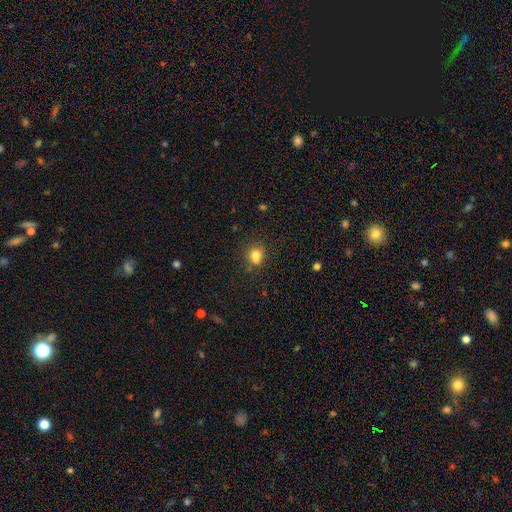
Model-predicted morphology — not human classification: Q: Smooth or featured?
A: smooth (79%); runner-up: star or artifact (13%)
Q: How rounded?
A: round (68%); runner-up: in between (31%)
Q: Merging?
A: none (64%); runner-up: minor disturbance (16%)